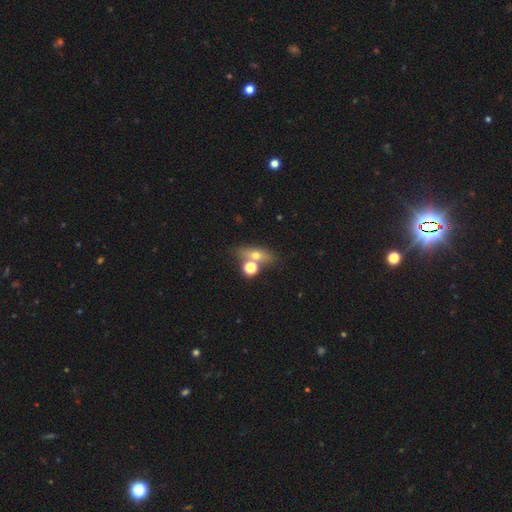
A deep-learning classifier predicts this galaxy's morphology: Q: Smooth or featured?
A: smooth (58%); runner-up: featured or disk (28%)
Q: How rounded?
A: in between (49%); runner-up: cigar-shaped (27%)
Q: Merging?
A: none (60%); runner-up: merger (24%)